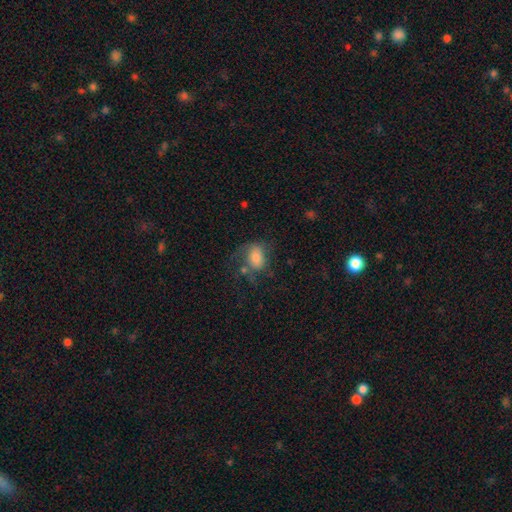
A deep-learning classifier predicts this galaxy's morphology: Smooth or featured? Predicted: smooth (p=0.60). How rounded? Predicted: in between (p=0.69). Merging? Predicted: none (p=0.37).